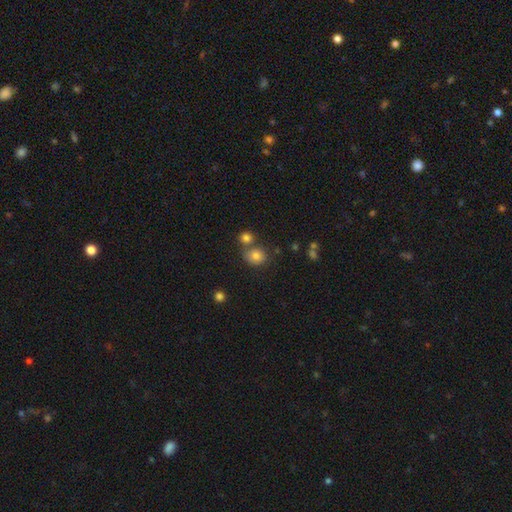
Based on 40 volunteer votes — Volunteers were most divided on "how rounded": round: 61%, in between: 39%, cigar-shaped: 0%. More confident: smooth or featured — smooth (90%); merging — none (72%).